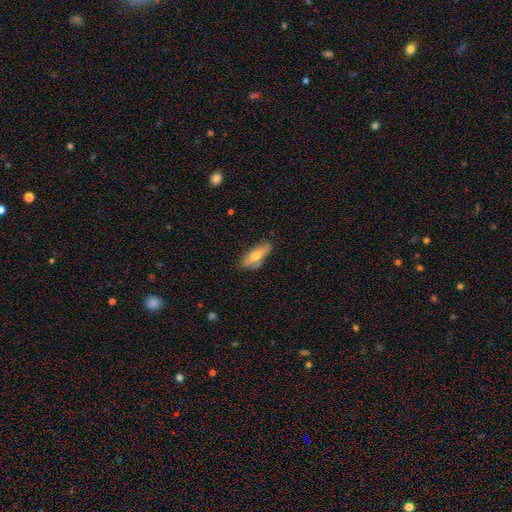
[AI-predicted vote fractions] A smooth galaxy with no disk features (61%) that is in between round and cigar-shaped (60%). Merging: none (73%).